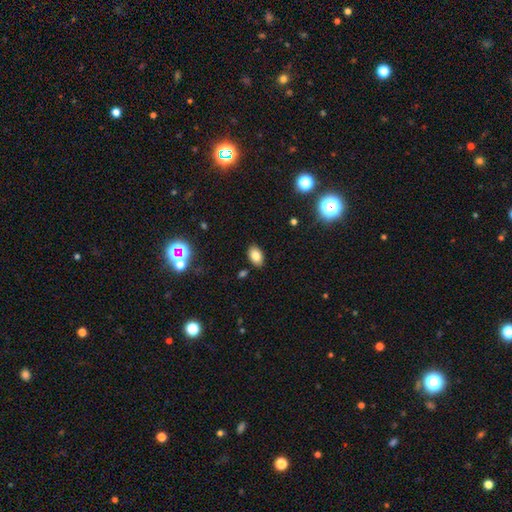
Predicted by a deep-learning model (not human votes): Smooth or featured?
  - smooth: 81% *
  - star or artifact: 11%
  - featured or disk: 8%
How rounded?
  - in between: 89% *
  - round: 9%
  - cigar-shaped: 1%
Merging?
  - none: 86% *
  - minor disturbance: 9%
  - major disturbance: 2%
  - merger: 2%